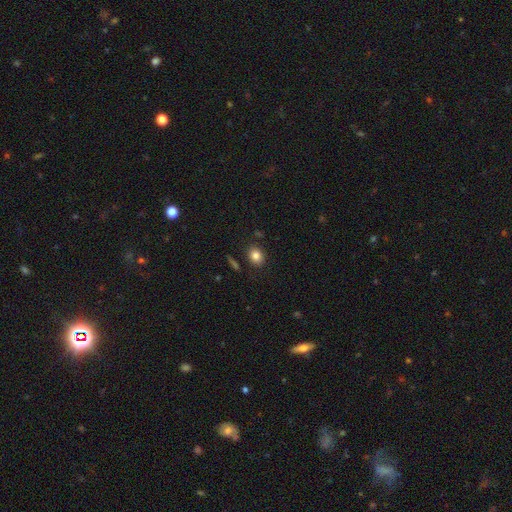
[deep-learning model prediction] Overall: smooth (83%). How rounded: round (52%; in between 47%). Merging: none (85%).